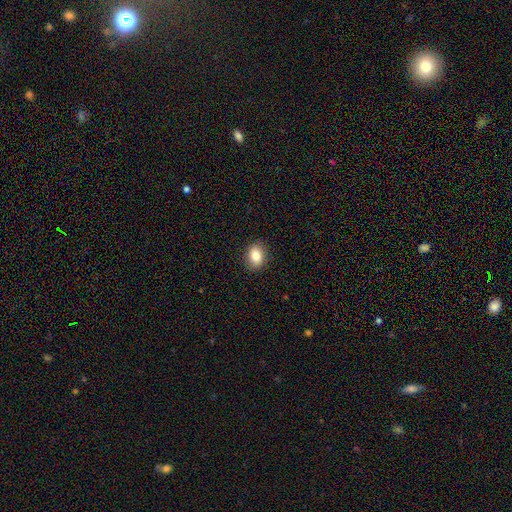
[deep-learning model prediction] smooth-or-featured: smooth: 83% | star or artifact: 9% | featured or disk: 8%
  how-rounded: in between: 67% | round: 32% | cigar-shaped: 1%
  merging: none: 89% | minor disturbance: 8% | major disturbance: 2% | merger: 1%